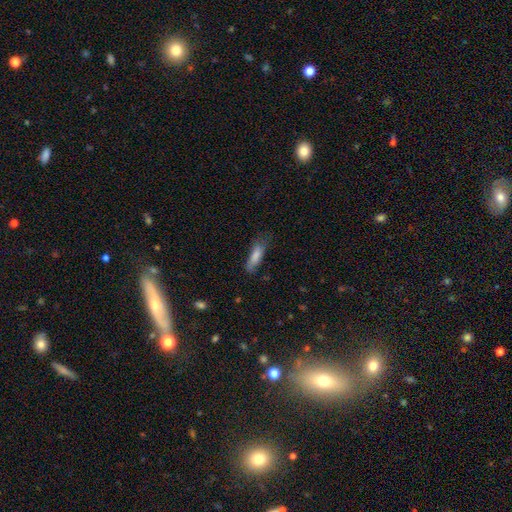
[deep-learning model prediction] Morphology: type=smooth (80%); roundness=cigar-shaped (52%); merging=none (59%).